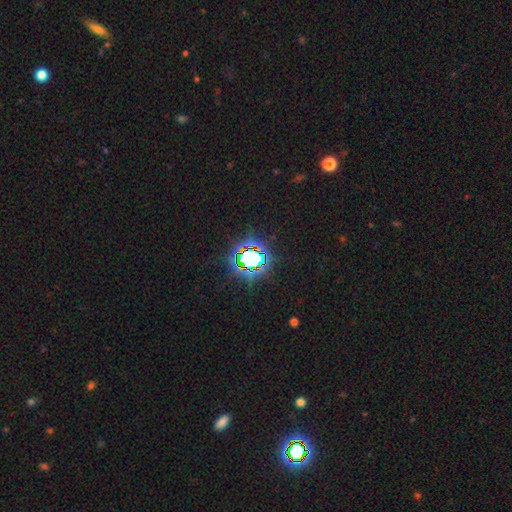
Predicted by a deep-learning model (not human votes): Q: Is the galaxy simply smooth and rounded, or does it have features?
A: star or artifact — 75%.